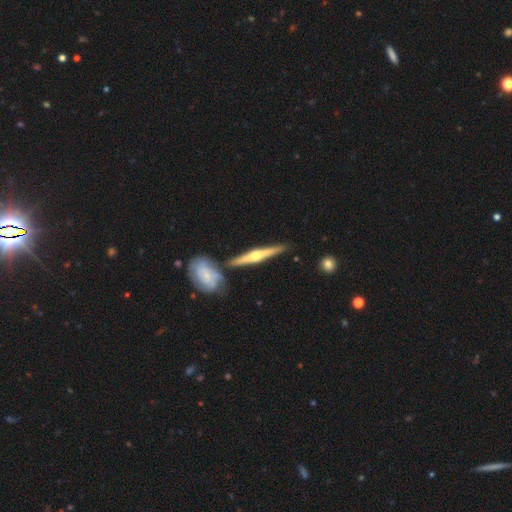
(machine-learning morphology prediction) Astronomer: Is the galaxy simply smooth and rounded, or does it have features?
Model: featured or disk — 77%.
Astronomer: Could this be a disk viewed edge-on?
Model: yes — 96%.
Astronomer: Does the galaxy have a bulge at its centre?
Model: rounded — 89%.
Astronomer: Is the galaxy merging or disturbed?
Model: none — 81%.